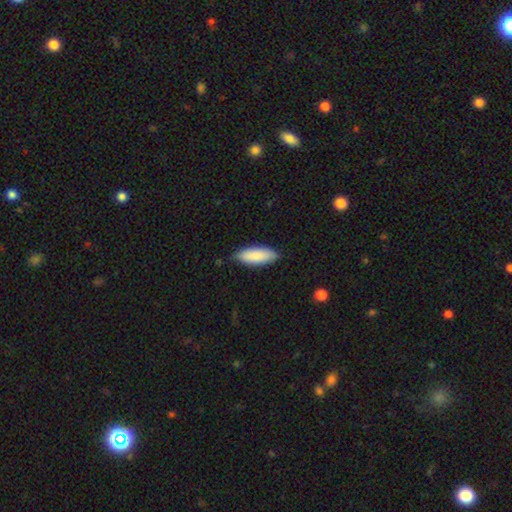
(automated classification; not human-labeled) Q: Smooth or featured?
A: smooth (87%); runner-up: featured or disk (8%)
Q: How rounded?
A: in between (71%); runner-up: cigar-shaped (28%)
Q: Merging?
A: none (77%); runner-up: minor disturbance (19%)